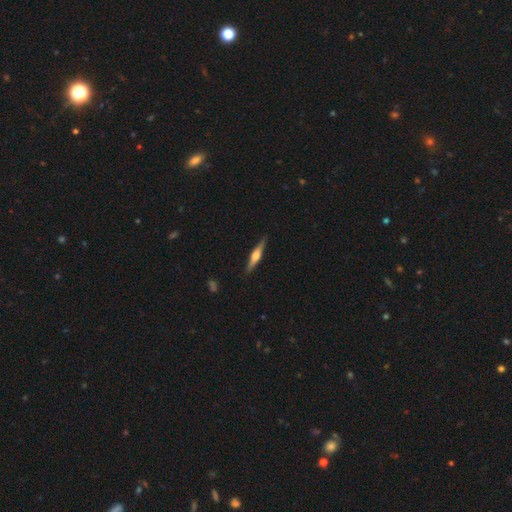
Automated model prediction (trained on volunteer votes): This is likely a featured or disk galaxy (68%). It is clearly viewed edge-on (97%). Edge-on bulge: clearly rounded (91%). Merging: clearly none (90%).